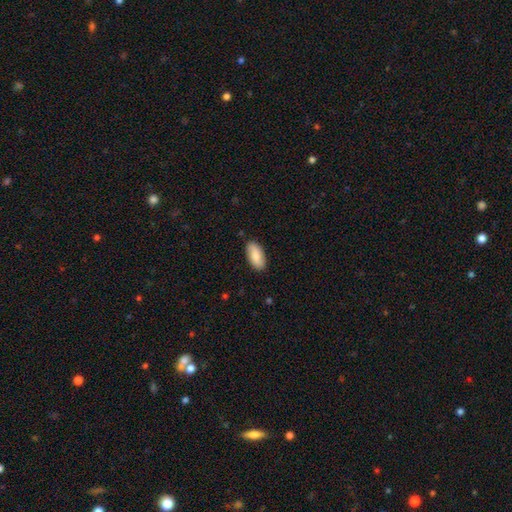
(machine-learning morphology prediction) smooth_or_featured: smooth (p=0.80) [alt: featured or disk p=0.15]
how_rounded: in between (p=0.93) [alt: cigar-shaped p=0.05]
merging: none (p=0.87) [alt: minor disturbance p=0.10]